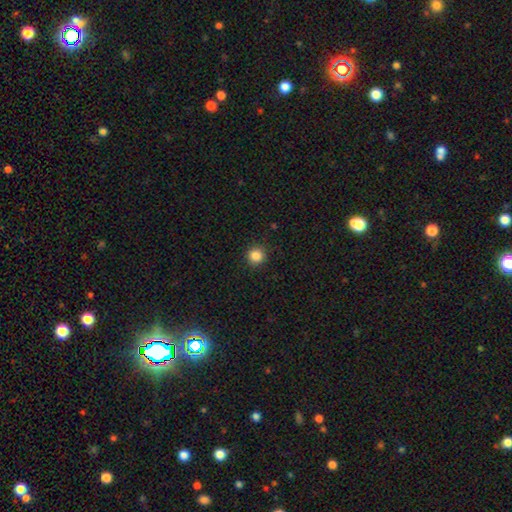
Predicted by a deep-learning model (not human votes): Smooth or featured?
  - smooth: 85% *
  - star or artifact: 11%
  - featured or disk: 4%
How rounded?
  - round: 94% *
  - in between: 5%
  - cigar-shaped: 1%
Merging?
  - none: 92% *
  - minor disturbance: 6%
  - major disturbance: 2%
  - merger: 1%